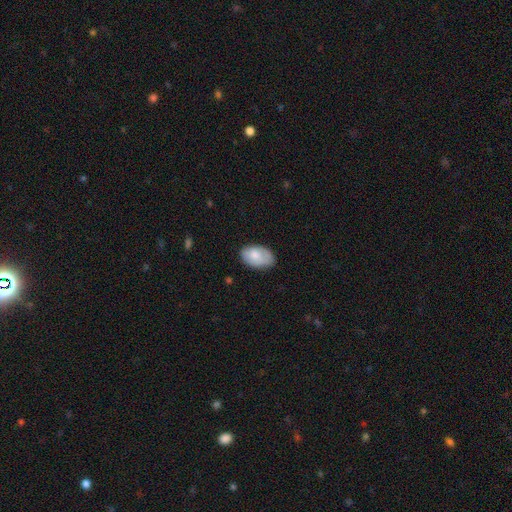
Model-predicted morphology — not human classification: Smooth or featured? Predicted: smooth (p=0.76). How rounded? Predicted: in between (p=0.92). Merging? Predicted: none (p=0.72).